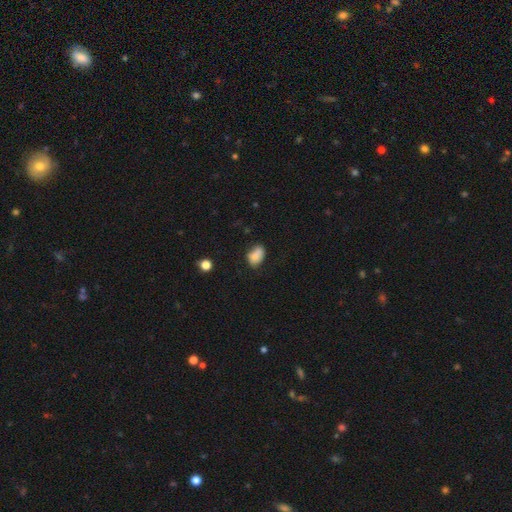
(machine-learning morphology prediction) smooth_or_featured: smooth (p=0.82) [alt: star or artifact p=0.09]
how_rounded: in between (p=0.85) [alt: round p=0.14]
merging: none (p=0.56) [alt: minor disturbance p=0.29]